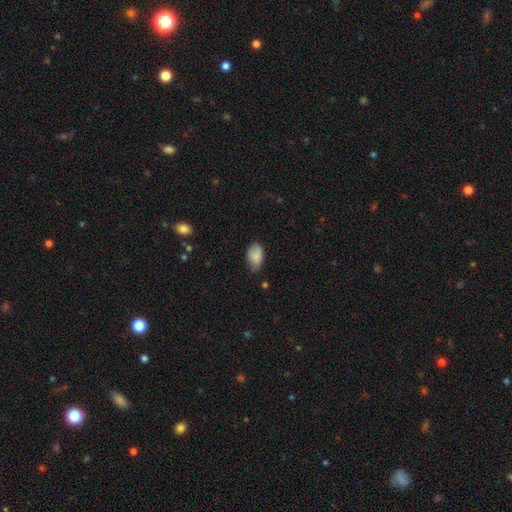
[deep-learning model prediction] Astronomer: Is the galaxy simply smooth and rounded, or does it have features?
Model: smooth — 84%.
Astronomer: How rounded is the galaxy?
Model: in between — 92%.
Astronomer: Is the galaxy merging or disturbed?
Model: none — 59% (runner-up: minor disturbance, 34%).